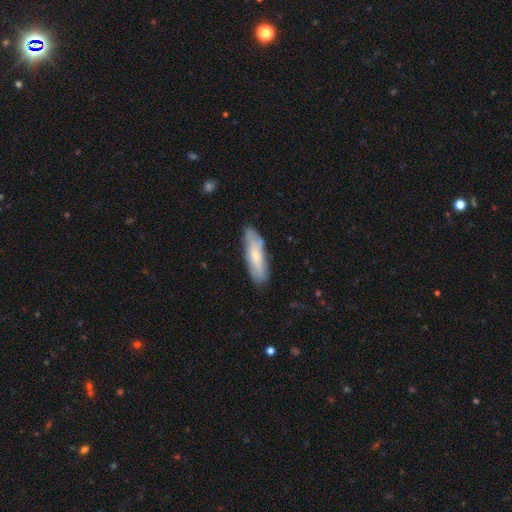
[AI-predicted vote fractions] smooth-or-featured: smooth: 62% | featured or disk: 32% | star or artifact: 6%
  how-rounded: cigar-shaped: 54% | in between: 44% | round: 2%
  merging: none: 76% | minor disturbance: 18% | major disturbance: 4% | merger: 2%